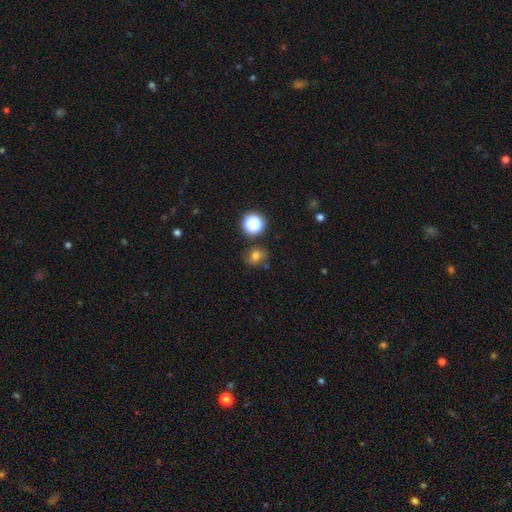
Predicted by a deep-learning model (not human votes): A smooth galaxy with no disk features (70%) that is round (69%).

Vote fractions:
- Smooth or featured? smooth: 70% / star or artifact: 20% / featured or disk: 11%
- How rounded? round: 69% / in between: 30% / cigar-shaped: 1%
- Merging? none: 73% / minor disturbance: 16% / merger: 6% / major disturbance: 5%